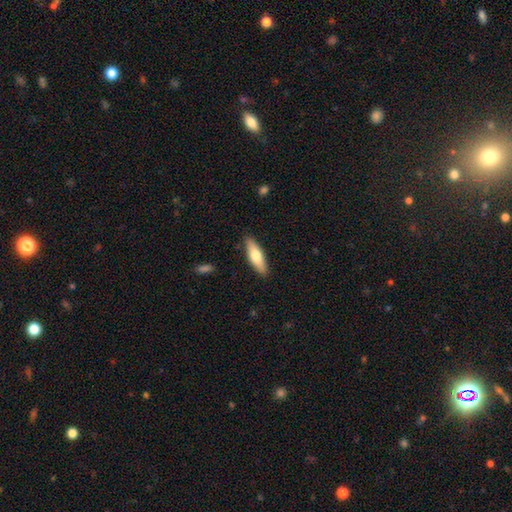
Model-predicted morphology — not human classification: type=smooth (66%); roundness=cigar-shaped (55%); merging=none (88%).